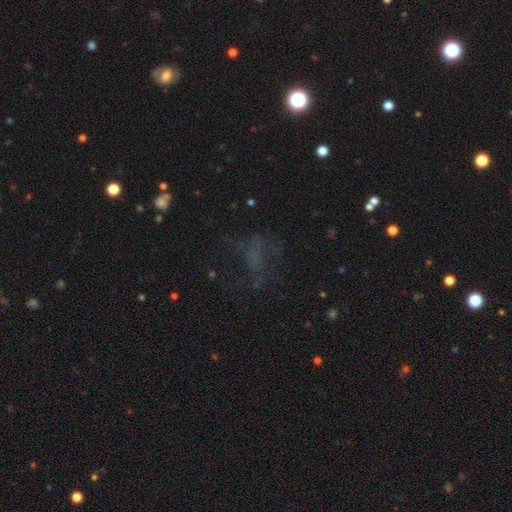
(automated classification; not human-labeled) This appears to be a star or artifact, not a galaxy (36%).